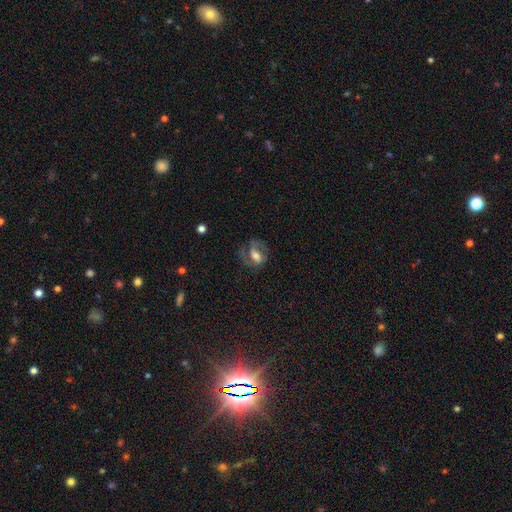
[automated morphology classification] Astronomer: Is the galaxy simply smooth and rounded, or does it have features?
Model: featured or disk — 57% (runner-up: smooth, 34%).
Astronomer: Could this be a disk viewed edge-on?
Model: no — 94%.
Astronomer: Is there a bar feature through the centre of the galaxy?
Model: weak — 40% (runner-up: no, 31%).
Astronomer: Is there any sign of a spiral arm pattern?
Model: yes — 77%.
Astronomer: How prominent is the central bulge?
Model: moderate — 48% (runner-up: large, 28%).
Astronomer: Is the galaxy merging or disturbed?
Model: none — 56%.